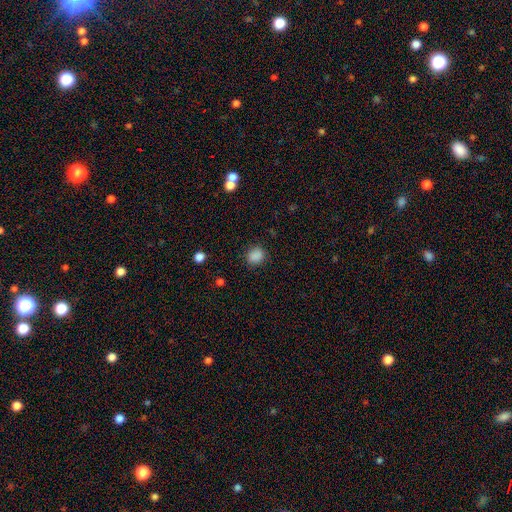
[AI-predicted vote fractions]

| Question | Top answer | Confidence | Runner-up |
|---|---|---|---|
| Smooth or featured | smooth | 86% | star or artifact (10%) |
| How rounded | round | 69% | in between (30%) |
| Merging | none | 86% | minor disturbance (10%) |